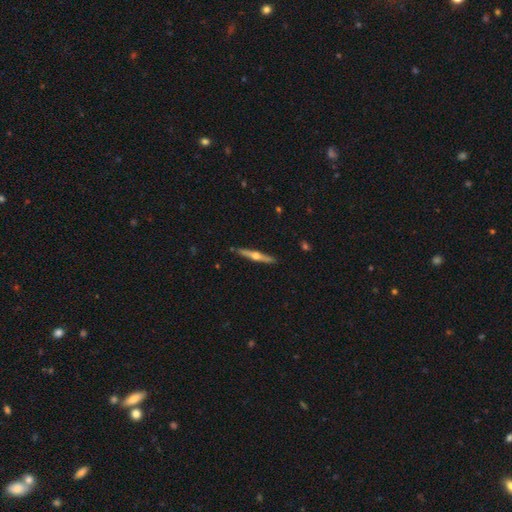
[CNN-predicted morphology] This is likely a featured or disk galaxy (71%). It is clearly viewed edge-on (98%). Edge-on bulge: clearly rounded (93%). Merging: clearly none (90%).